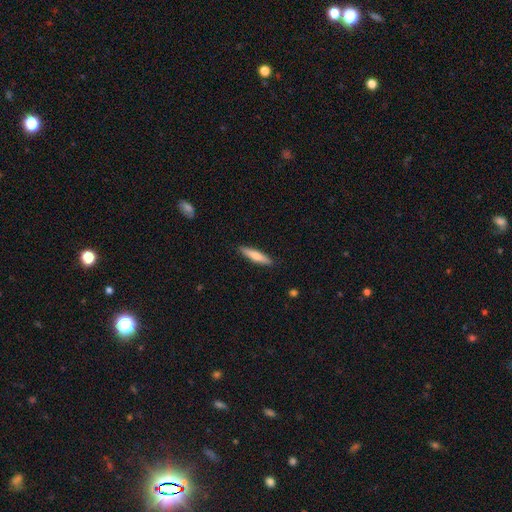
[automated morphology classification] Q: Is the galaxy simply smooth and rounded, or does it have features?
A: smooth — 65%.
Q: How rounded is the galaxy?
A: cigar-shaped — 83%.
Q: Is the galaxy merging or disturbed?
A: none — 90%.